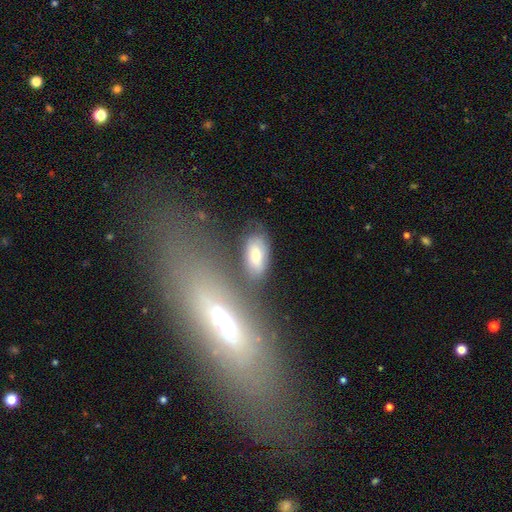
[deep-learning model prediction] Smooth or featured? Predicted: smooth (p=0.71). How rounded? Predicted: in between (p=0.88). Merging? Predicted: none (p=0.59).